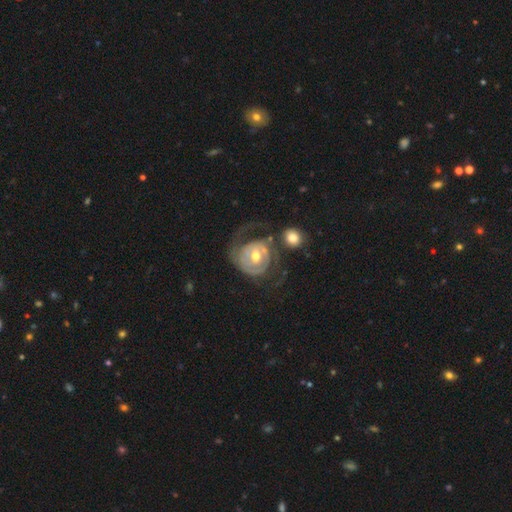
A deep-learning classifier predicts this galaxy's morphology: smooth_or_featured: featured or disk (p=0.81) [alt: smooth p=0.14]
disk_edge_on: no (p=0.97) [alt: yes p=0.03]
bar: no (p=0.54) [alt: weak p=0.35]
has_spiral_arms: yes (p=0.87) [alt: no p=0.13]
spiral_winding: tight (p=0.49) [alt: medium p=0.32]
spiral_arm_count: 2 (p=0.51) [alt: 1 p=0.20]
bulge_size: moderate (p=0.73) [alt: small p=0.19]
merging: none (p=0.38) [alt: major disturbance p=0.33]